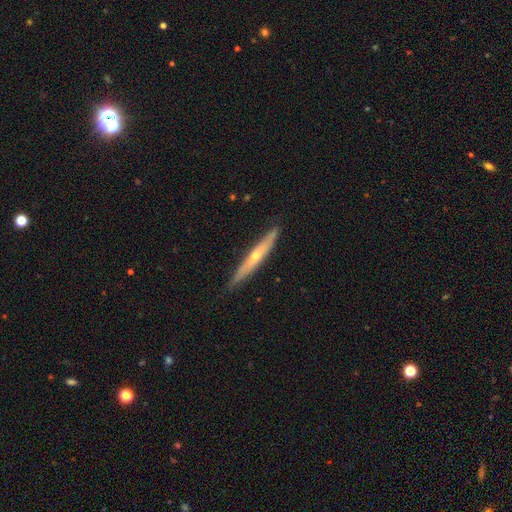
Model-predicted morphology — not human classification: smooth-or-featured: featured or disk: 61% | smooth: 33% | star or artifact: 6%
  disk-edge-on: yes: 93% | no: 7%
    edge-on-bulge: rounded: 74% | none: 24% | boxy: 2%
  merging: none: 87% | minor disturbance: 10% | major disturbance: 2% | merger: 1%